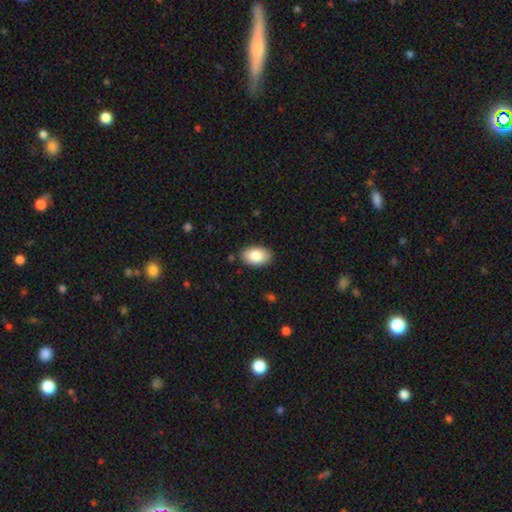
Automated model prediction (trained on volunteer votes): Morphology: type=smooth (85%); roundness=in between (92%); merging=none (87%).